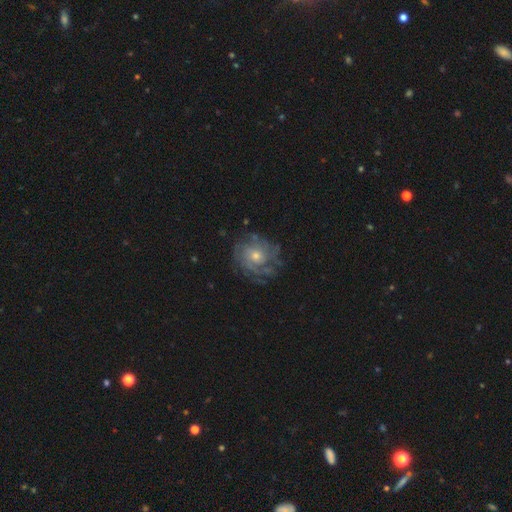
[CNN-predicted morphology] This is likely a featured or disk galaxy (71%). It is clearly not viewed edge-on (97%). Bar: likely no (79%). Spiral arm pattern: clearly yes (82%). Spiral arm count: possibly can't tell (55%). Spiral winding: likely tight (63%). Central bulge: possibly moderate (52%). Merging: likely none (72%).